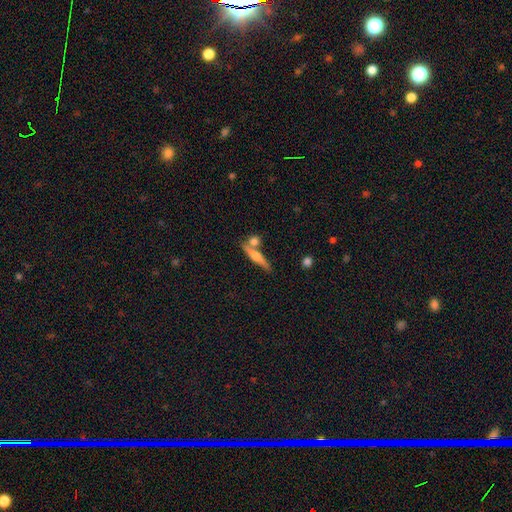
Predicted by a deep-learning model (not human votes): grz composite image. It shows a featured or disk galaxy (48%). Merging: none (64%).